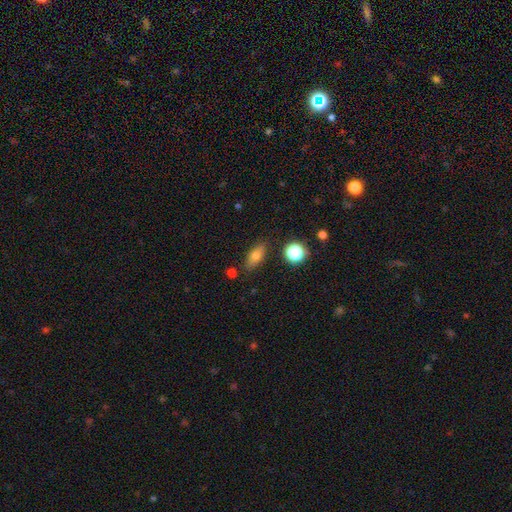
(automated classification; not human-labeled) Overall: smooth (70%). How rounded: in between (69%). Merging: none (83%).